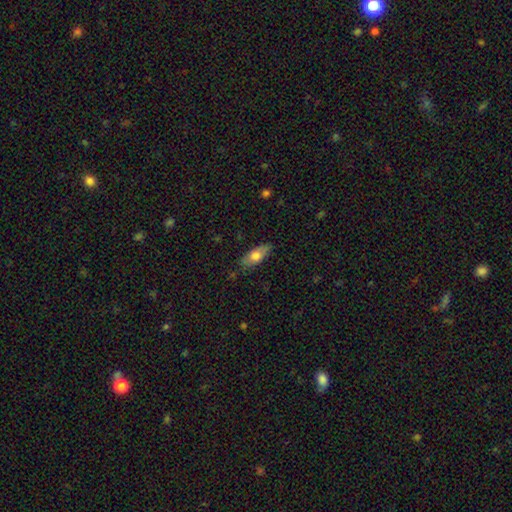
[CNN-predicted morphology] Smooth or featured: smooth — 69% (featured or disk — 25%)
How rounded: in between — 75% (cigar-shaped — 23%)
Merging: none — 80% (minor disturbance — 16%)